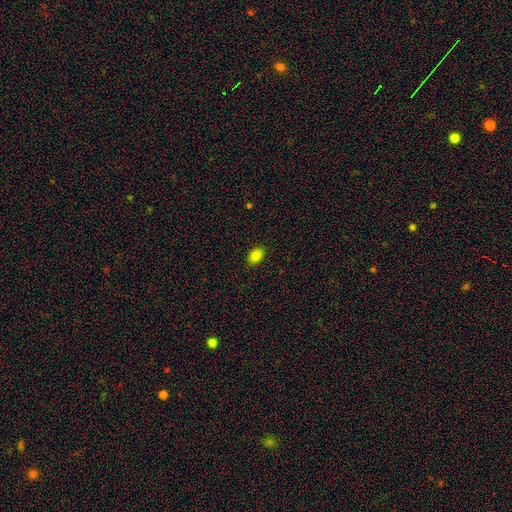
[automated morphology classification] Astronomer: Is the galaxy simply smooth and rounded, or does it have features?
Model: smooth — 86%.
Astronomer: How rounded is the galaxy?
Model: in between — 83%.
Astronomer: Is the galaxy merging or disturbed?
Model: none — 89%.